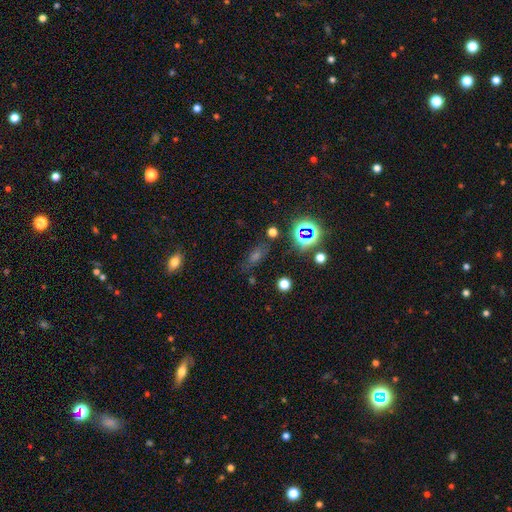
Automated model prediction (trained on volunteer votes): This is marginally a star or artifact rather than a galaxy (44%).